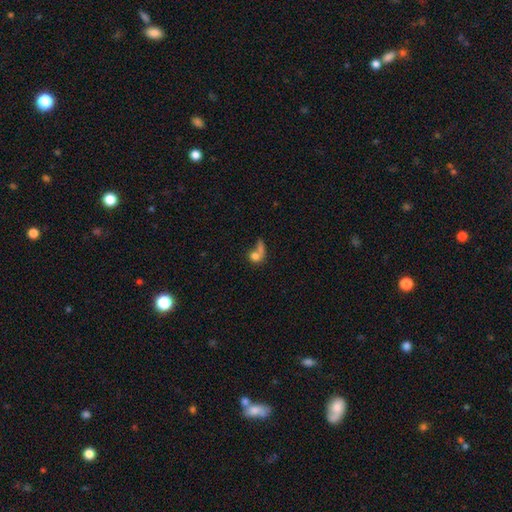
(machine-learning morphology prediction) The model was most divided on "merging": merger: 38%, none: 30%, major disturbance: 21%, minor disturbance: 11%. More confident: smooth or featured — smooth (69%); how rounded — round (60%).